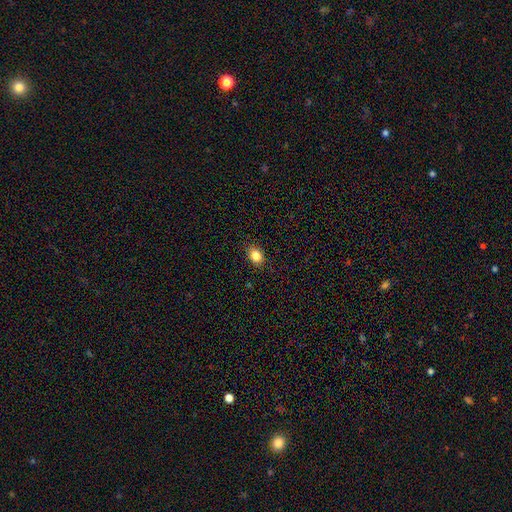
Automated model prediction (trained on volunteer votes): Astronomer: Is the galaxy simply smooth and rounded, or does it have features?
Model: smooth — 85%.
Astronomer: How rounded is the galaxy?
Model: in between — 63%.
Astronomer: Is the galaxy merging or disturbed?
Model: none — 88%.